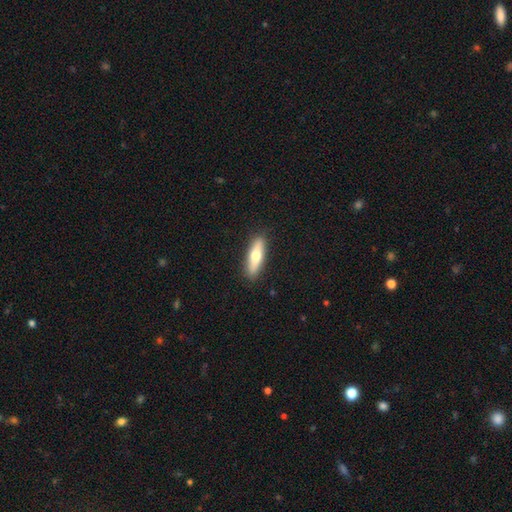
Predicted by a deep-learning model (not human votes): Overall: smooth (63%; featured or disk 32%). How rounded: cigar-shaped (62%; in between 36%). Merging: none (90%).